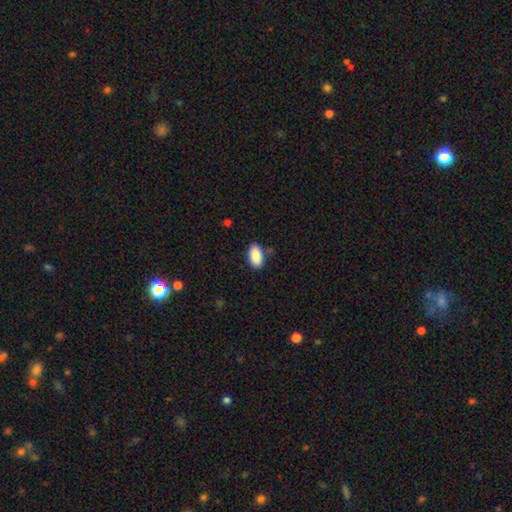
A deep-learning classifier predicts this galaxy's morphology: smooth_or_featured: smooth (p=0.89) [alt: star or artifact p=0.07]
how_rounded: in between (p=0.94) [alt: round p=0.03]
merging: none (p=0.83) [alt: minor disturbance p=0.12]